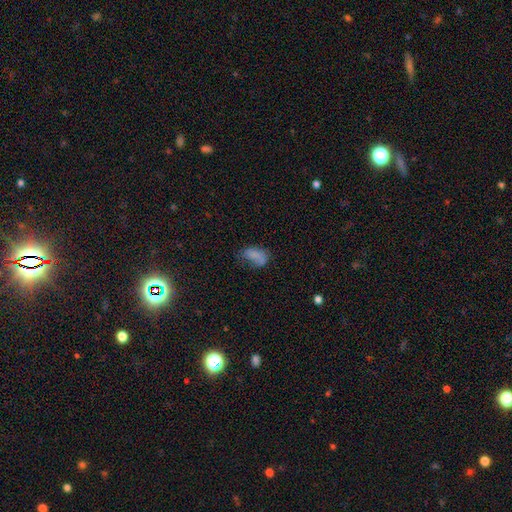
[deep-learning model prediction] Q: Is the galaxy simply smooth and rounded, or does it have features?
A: smooth — 70%.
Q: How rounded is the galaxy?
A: in between — 90%.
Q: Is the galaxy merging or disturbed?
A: none — 35%.